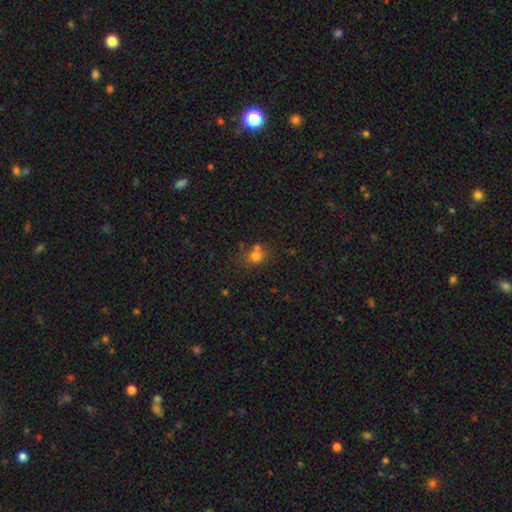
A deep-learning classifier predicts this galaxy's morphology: Smooth or featured?
  - smooth: 73% *
  - star or artifact: 17%
  - featured or disk: 11%
How rounded?
  - round: 73% *
  - in between: 26%
  - cigar-shaped: 1%
Merging?
  - none: 52% *
  - merger: 29%
  - minor disturbance: 13%
  - major disturbance: 5%